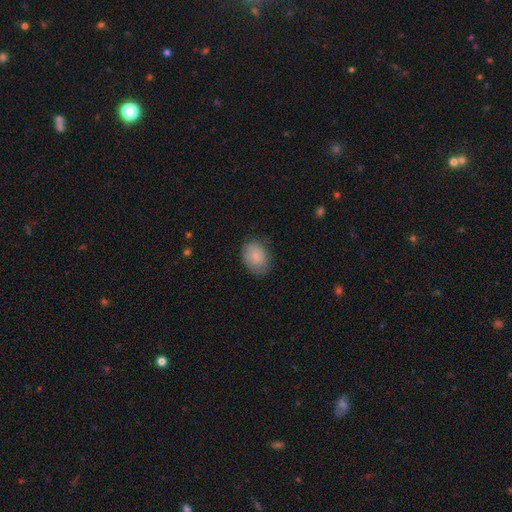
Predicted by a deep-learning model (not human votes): smooth 83%, featured or disk 10%, star or artifact 7%. Down the decision tree: how rounded — in between (66%); merging — none (74%).